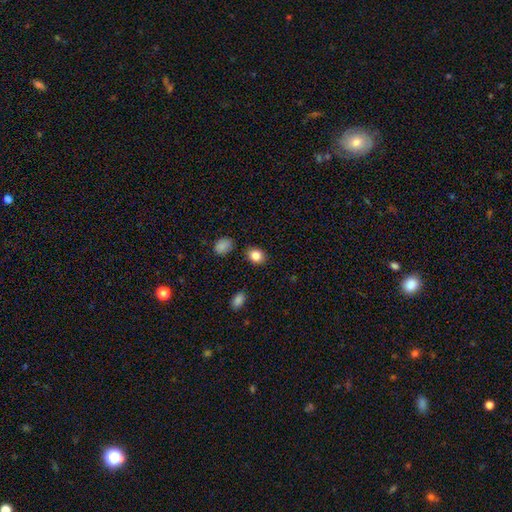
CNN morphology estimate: smooth_or_featured: smooth (p=0.85) [alt: star or artifact p=0.10]
how_rounded: round (p=0.51) [alt: in between p=0.48]
merging: none (p=0.87) [alt: minor disturbance p=0.09]